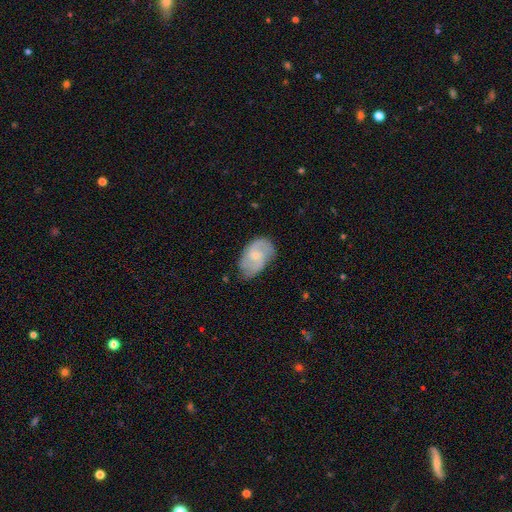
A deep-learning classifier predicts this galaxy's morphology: featured or disk 64%, smooth 30%, star or artifact 6%. Down the decision tree: edge-on disk — no (97%); bar — no (60%); spiral arms — yes (90%); spiral arm count — 2 (64%); spiral winding — medium (47%); bulge size — small (67%); merging — none (63%).